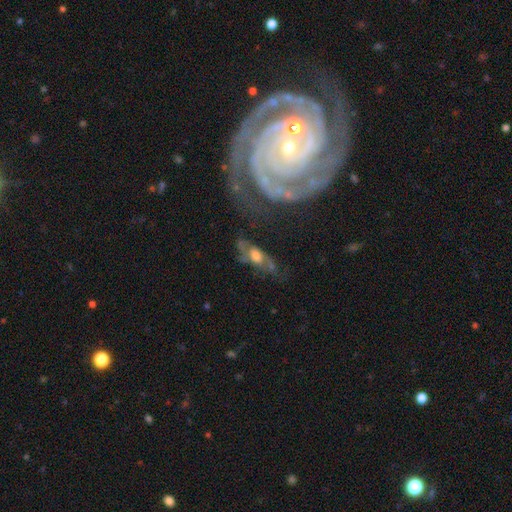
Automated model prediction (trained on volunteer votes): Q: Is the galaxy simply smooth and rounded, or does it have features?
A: featured or disk — 68%.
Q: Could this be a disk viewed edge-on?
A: no — 77%.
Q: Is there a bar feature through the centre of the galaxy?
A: no — 58%.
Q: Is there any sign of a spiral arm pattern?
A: yes — 74%.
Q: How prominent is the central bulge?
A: moderate — 45%.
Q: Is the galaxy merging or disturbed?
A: none — 52%.